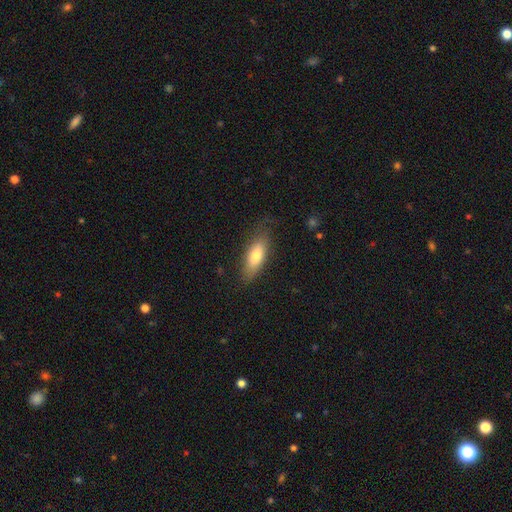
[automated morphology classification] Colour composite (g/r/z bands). It shows a smooth galaxy with no disk features (74%) that is in between round and cigar-shaped (66%). Merging: none (76%).